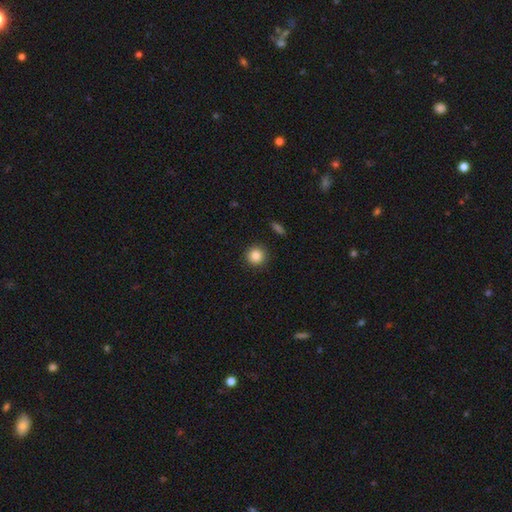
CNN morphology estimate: type=smooth (85%); roundness=round (94%); merging=none (91%).